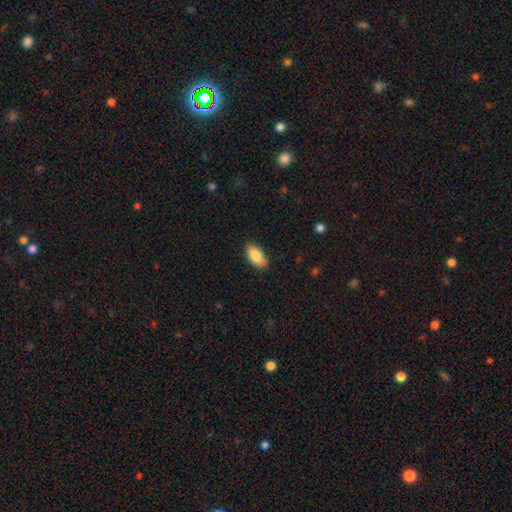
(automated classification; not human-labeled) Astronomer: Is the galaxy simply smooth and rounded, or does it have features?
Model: smooth — 86%.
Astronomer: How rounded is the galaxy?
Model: in between — 93%.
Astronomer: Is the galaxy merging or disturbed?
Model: none — 84%.